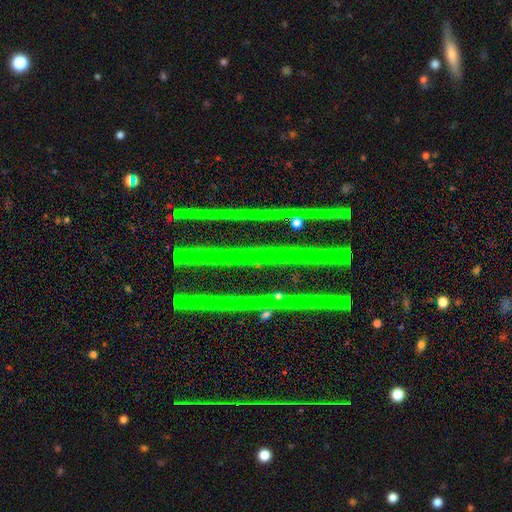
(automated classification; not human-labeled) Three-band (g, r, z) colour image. It shows a star or artifact, not a galaxy (73%).